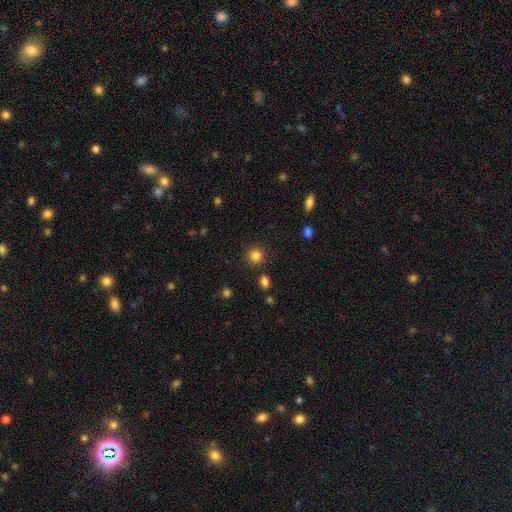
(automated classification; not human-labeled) smooth-or-featured: smooth: 83% | star or artifact: 13% | featured or disk: 4%
  how-rounded: round: 92% | in between: 7% | cigar-shaped: 1%
  merging: none: 88% | minor disturbance: 6% | merger: 3% | major disturbance: 3%